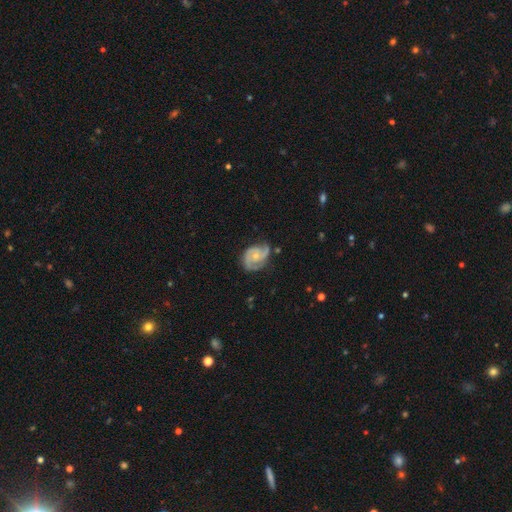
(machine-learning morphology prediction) Smooth or featured: featured or disk — 87% (smooth — 9%)
Edge-on disk: no — 98% (yes — 2%)
Bar: no — 69% (weak — 26%)
Spiral arms: yes — 97% (no — 3%)
Spiral winding: medium — 45% (tight — 44%)
Spiral arm count: 2 — 73% (3 — 15%)
Bulge size: small — 58% (moderate — 37%)
Merging: none — 65% (minor disturbance — 24%)